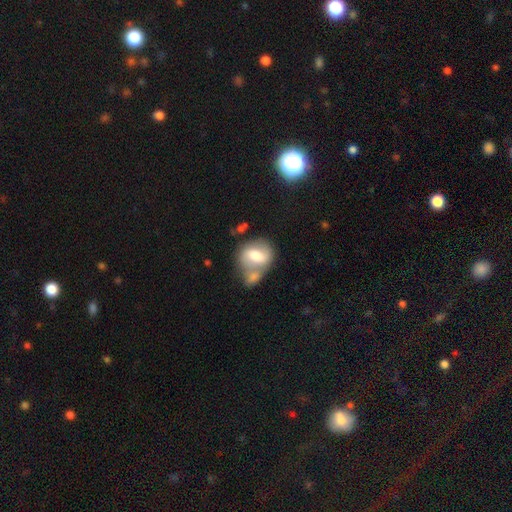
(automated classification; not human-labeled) Smooth or featured? smooth (51%)
How rounded? in between (49%, tied with round)
Merging? merger (45%)